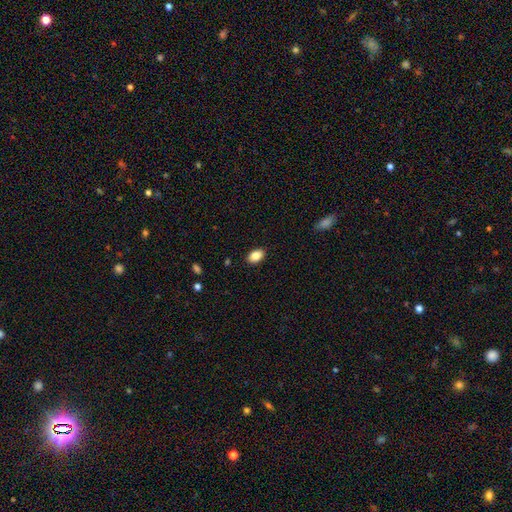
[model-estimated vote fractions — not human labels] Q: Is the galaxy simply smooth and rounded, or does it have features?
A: smooth — 86%.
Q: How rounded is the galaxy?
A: in between — 88%.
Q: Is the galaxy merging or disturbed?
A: none — 88%.